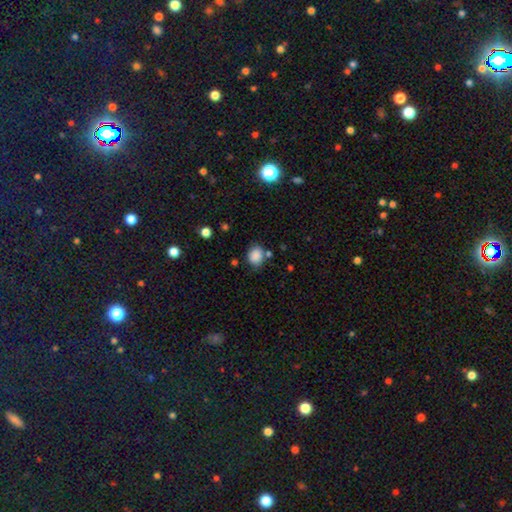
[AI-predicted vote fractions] smooth_or_featured: smooth (p=0.86) [alt: star or artifact p=0.09]
how_rounded: round (p=0.51) [alt: in between p=0.49]
merging: none (p=0.71) [alt: minor disturbance p=0.17]